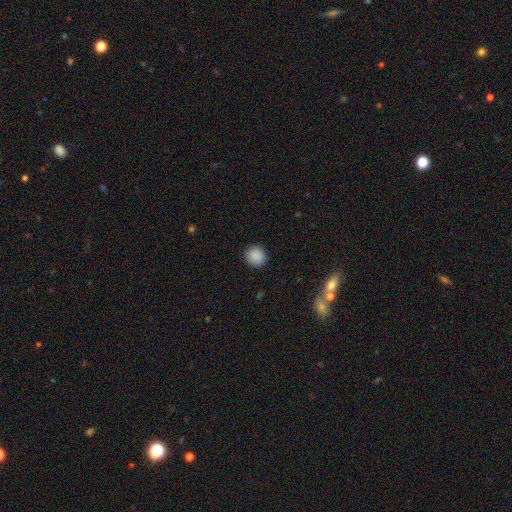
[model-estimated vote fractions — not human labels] Smooth or featured? Predicted: smooth (p=0.88). How rounded? Predicted: round (p=0.89). Merging? Predicted: none (p=0.90).